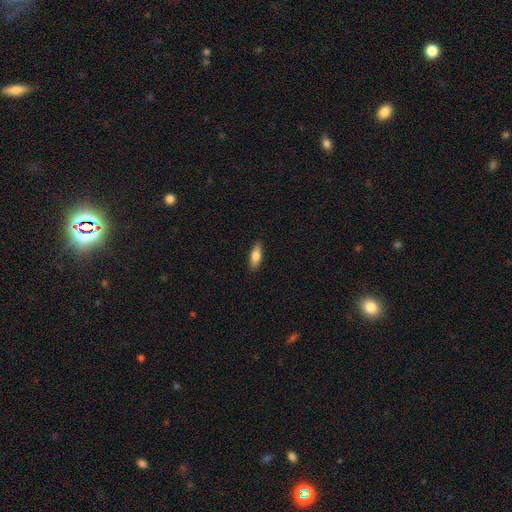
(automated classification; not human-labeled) Overall: smooth (79%). How rounded: in between (67%; cigar-shaped 31%). Merging: none (87%).